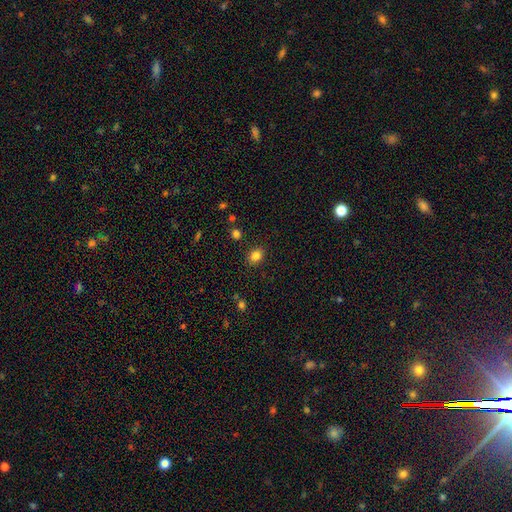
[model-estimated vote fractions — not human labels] smooth_or_featured: smooth (p=0.83) [alt: star or artifact p=0.12]
how_rounded: in between (p=0.55) [alt: round p=0.44]
merging: none (p=0.87) [alt: minor disturbance p=0.08]